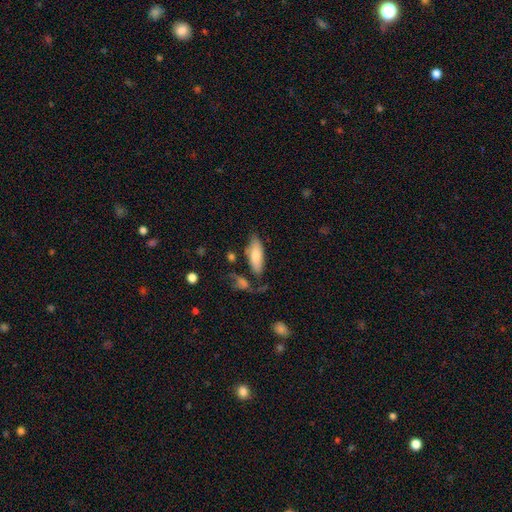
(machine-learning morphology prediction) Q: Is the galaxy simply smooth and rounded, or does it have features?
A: smooth — 75%.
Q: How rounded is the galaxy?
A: in between — 69%.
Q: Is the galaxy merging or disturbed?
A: none — 61%.